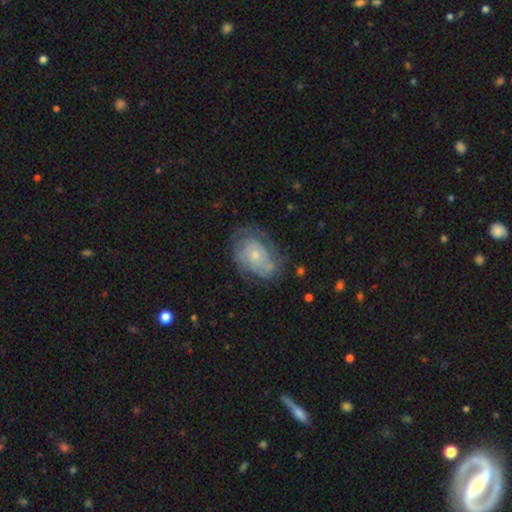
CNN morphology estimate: Q: Smooth or featured?
A: featured or disk (61%); runner-up: smooth (32%)
Q: Edge-on disk?
A: no (96%); runner-up: yes (4%)
Q: Bar?
A: no (84%); runner-up: weak (13%)
Q: Spiral arms?
A: yes (65%); runner-up: no (35%)
Q: Bulge size?
A: small (61%); runner-up: moderate (33%)
Q: Merging?
A: none (55%); runner-up: minor disturbance (27%)